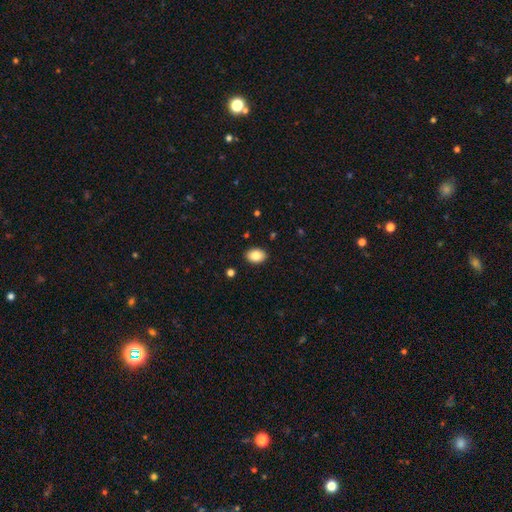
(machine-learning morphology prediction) Overall: smooth (86%). How rounded: in between (78%). Merging: none (89%).